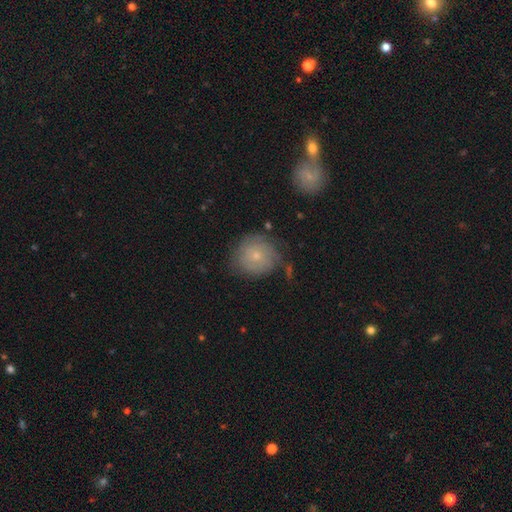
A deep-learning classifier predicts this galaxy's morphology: Smooth or featured: smooth — 59% (featured or disk — 32%)
How rounded: round — 88% (in between — 11%)
Merging: none — 65% (minor disturbance — 22%)